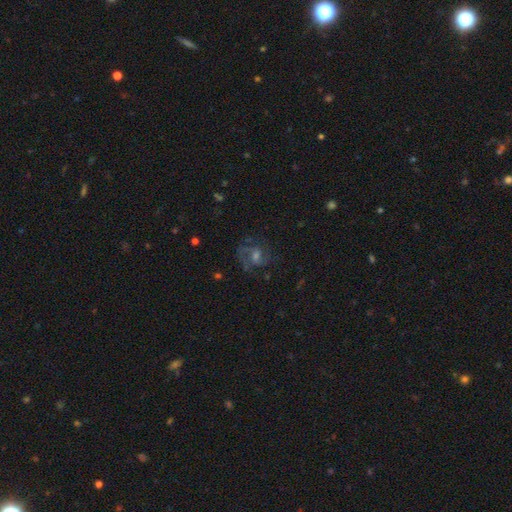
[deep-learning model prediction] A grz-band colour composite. It shows a featured or disk galaxy (66%) with no bar (52%), 2 (48%) medium (51%) spiral arms (86%) and a moderate central bulge (50%). Merging: none (66%).